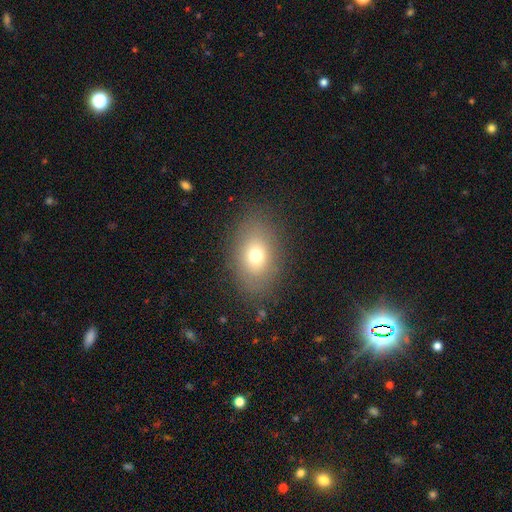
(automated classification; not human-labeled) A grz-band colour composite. It shows a smooth galaxy with no disk features (70%) that is in between round and cigar-shaped (75%). Merging: none (82%).